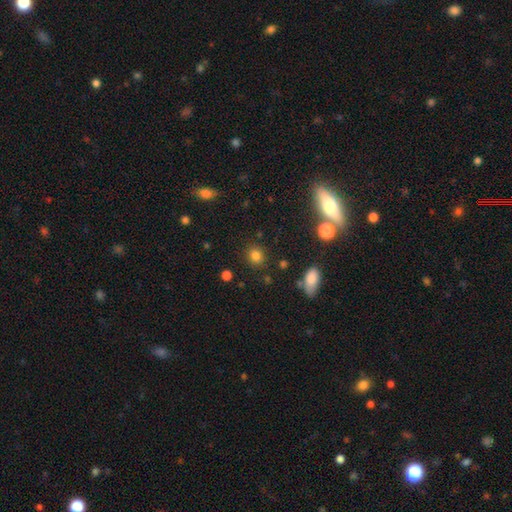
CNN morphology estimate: Smooth or featured? Predicted: smooth (p=0.81). How rounded? Predicted: round (p=0.71). Merging? Predicted: none (p=0.84).